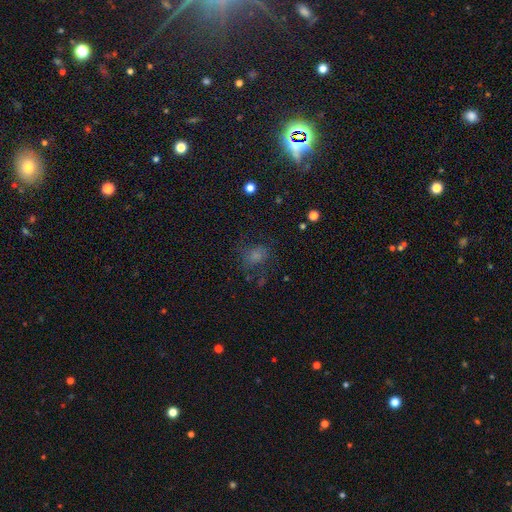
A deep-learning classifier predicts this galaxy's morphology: Smooth or featured?
  - smooth: 66% *
  - star or artifact: 20%
  - featured or disk: 14%
How rounded?
  - round: 54% *
  - in between: 45%
  - cigar-shaped: 1%
Merging?
  - none: 62% *
  - minor disturbance: 20%
  - major disturbance: 15%
  - merger: 3%